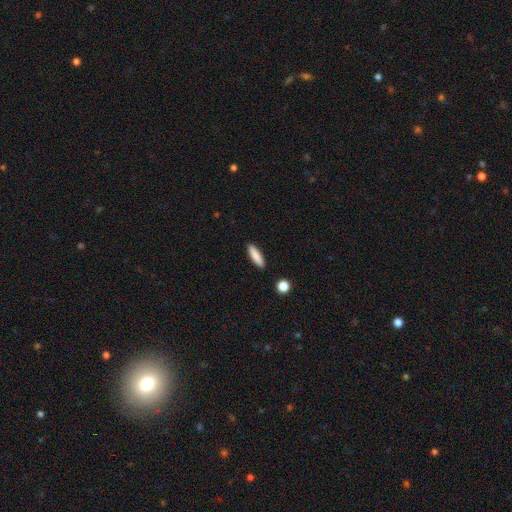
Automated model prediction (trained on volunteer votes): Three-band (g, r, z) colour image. It shows a smooth galaxy with no disk features (86%) that is cigar-shaped (69%). Merging: none (90%).